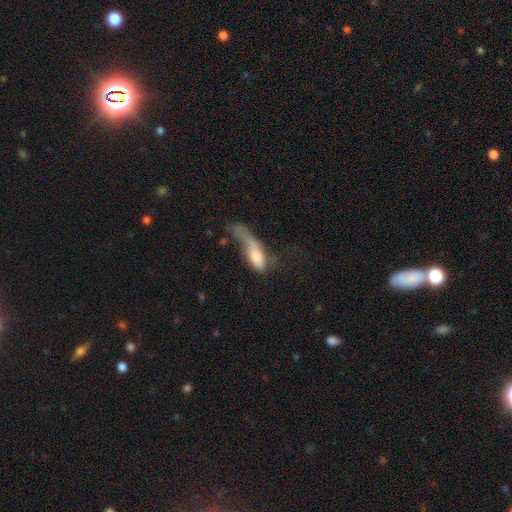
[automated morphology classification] The model was most divided on "how rounded": in between: 55%, cigar-shaped: 40%, round: 5%. More confident: smooth or featured — smooth (60%); merging — major disturbance (55%).